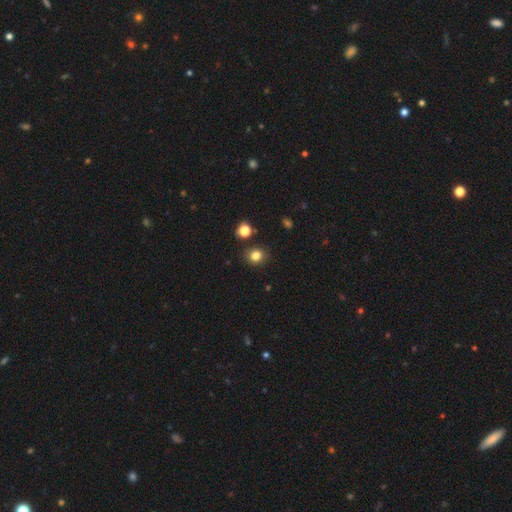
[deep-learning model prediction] Smooth or featured? Predicted: smooth (p=0.81). How rounded? Predicted: round (p=0.79). Merging? Predicted: none (p=0.86).